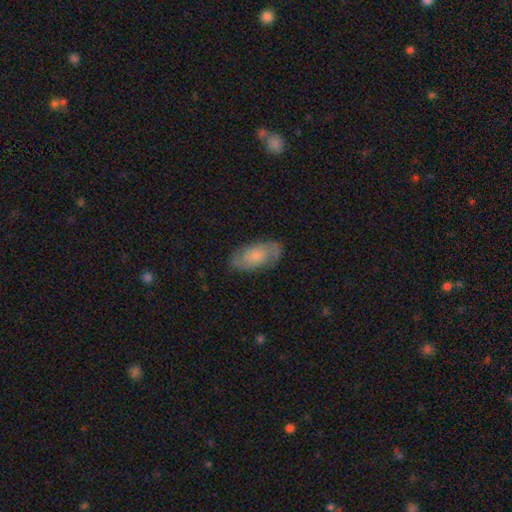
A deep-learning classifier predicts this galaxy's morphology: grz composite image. It shows a featured or disk galaxy (52%). Merging: none (77%).